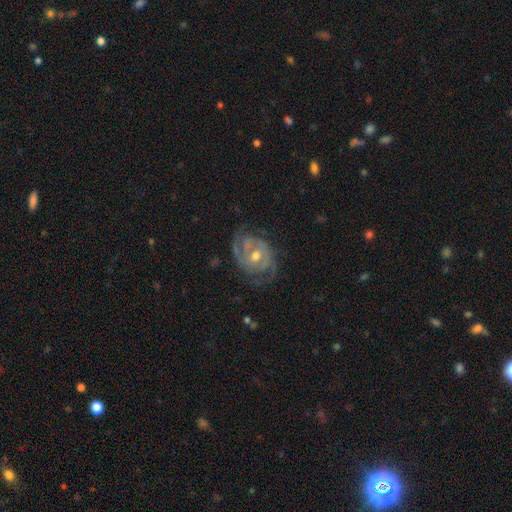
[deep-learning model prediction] Q: Smooth or featured?
A: featured or disk (88%); runner-up: smooth (6%)
Q: Edge-on disk?
A: no (97%); runner-up: yes (3%)
Q: Bar?
A: no (61%); runner-up: weak (30%)
Q: Spiral arms?
A: yes (95%); runner-up: no (5%)
Q: Spiral winding?
A: tight (62%); runner-up: medium (31%)
Q: Spiral arm count?
A: 2 (50%); runner-up: 3 (20%)
Q: Bulge size?
A: moderate (71%); runner-up: small (25%)
Q: Merging?
A: none (72%); runner-up: minor disturbance (19%)